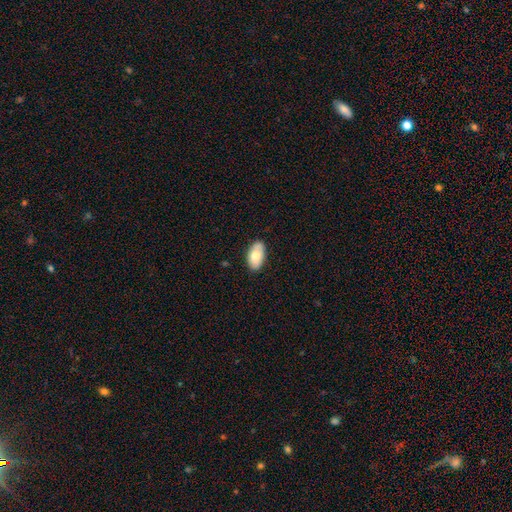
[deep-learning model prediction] This is likely a smooth galaxy (71%). How rounded: clearly in between (94%). Merging: clearly none (82%).